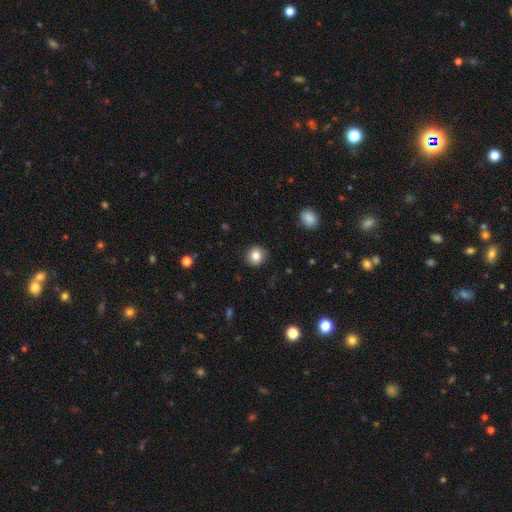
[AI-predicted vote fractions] Smooth or featured: smooth — 84% (star or artifact — 10%)
How rounded: round — 89% (in between — 10%)
Merging: none — 90% (minor disturbance — 7%)